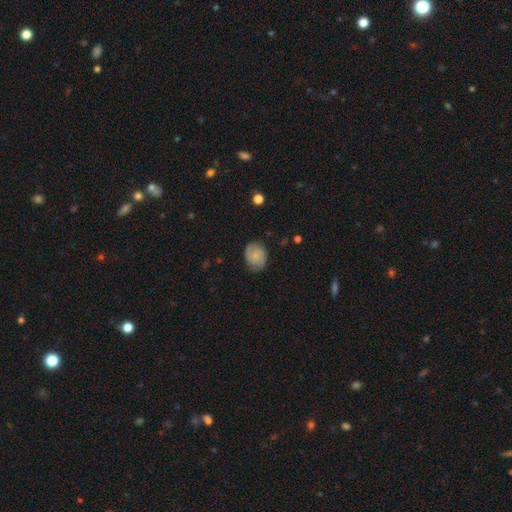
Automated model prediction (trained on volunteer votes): Smooth or featured? Predicted: smooth (p=0.48). Merging? Predicted: none (p=0.76).